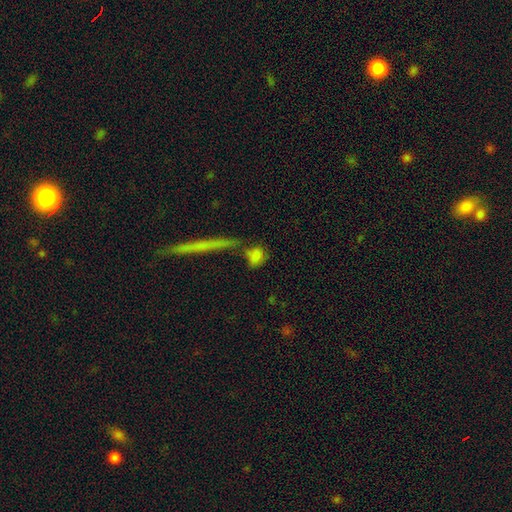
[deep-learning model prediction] Smooth or featured: smooth — 75% (featured or disk — 13%)
How rounded: in between — 47% (round — 42%)
Merging: none — 53% (merger — 20%)